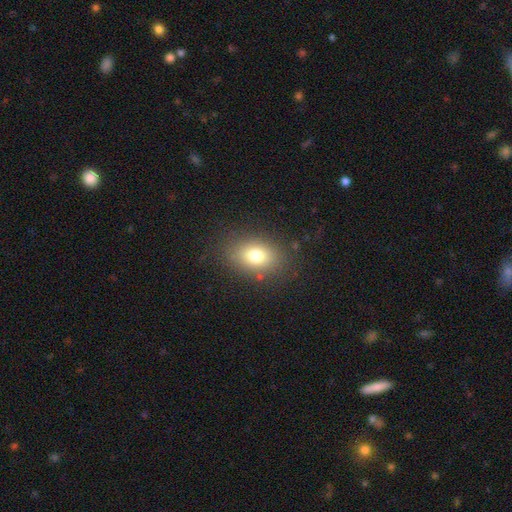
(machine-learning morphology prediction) A smooth galaxy with no disk features (76%) that is in between round and cigar-shaped (71%). Merging: none (83%).